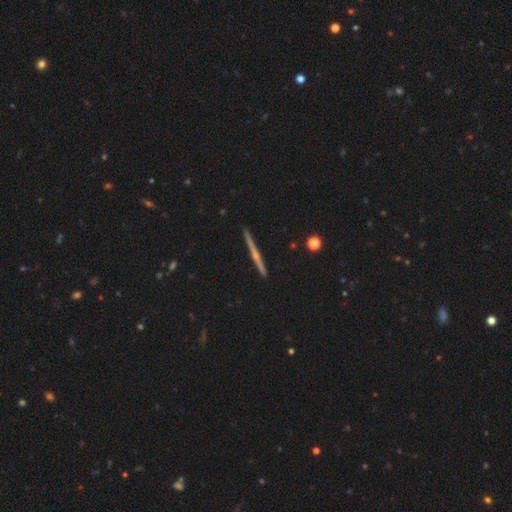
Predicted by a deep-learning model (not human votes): Smooth or featured? featured or disk (69%)
Edge-on disk? yes (98%)
Edge-on bulge? none (48%)
Merging? none (93%)